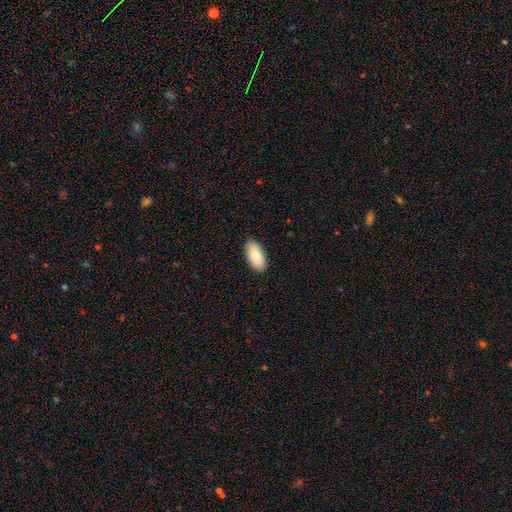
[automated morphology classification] This appears to be a smooth galaxy with no disk features (82%) that is in between round and cigar-shaped (93%). Merging: none (89%).